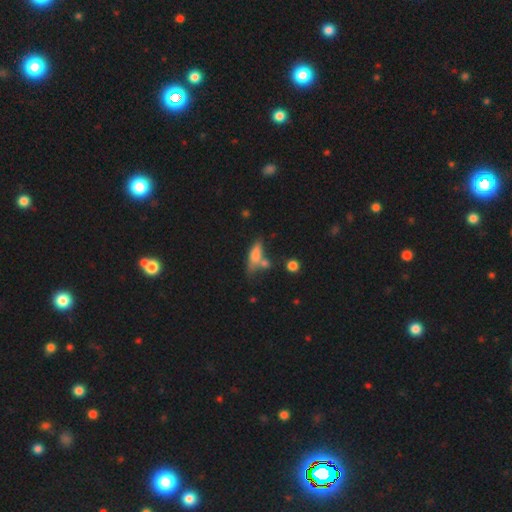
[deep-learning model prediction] This appears to be a smooth galaxy with no disk features (72%) that is in between round and cigar-shaped (59%). Merging: none (45%).